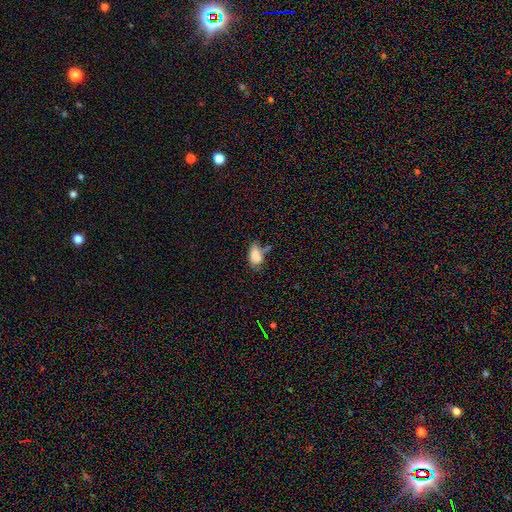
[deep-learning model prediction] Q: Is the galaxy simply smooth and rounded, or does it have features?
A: smooth — 81%.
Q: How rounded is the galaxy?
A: in between — 90%.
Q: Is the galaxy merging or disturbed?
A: none — 43%.